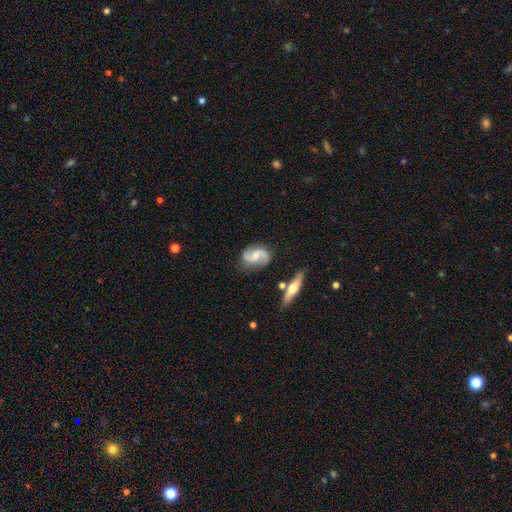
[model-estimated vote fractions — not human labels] This is clearly a featured or disk galaxy (84%). It is clearly not viewed edge-on (96%). Bar: possibly no (50%). Spiral arm pattern: clearly yes (96%). Spiral arm count: clearly 2 (93%). Spiral winding: possibly loose (47%). Central bulge: marginally moderate (41%). Merging: likely none (79%).